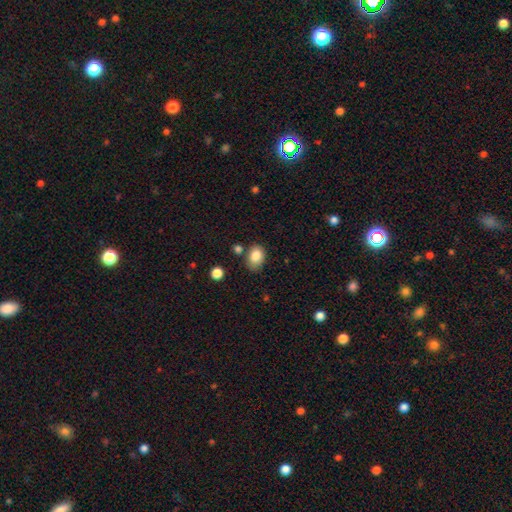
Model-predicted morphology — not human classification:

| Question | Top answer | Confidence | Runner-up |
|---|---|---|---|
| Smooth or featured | smooth | 84% | star or artifact (9%) |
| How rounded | in between | 70% | round (29%) |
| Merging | none | 64% | minor disturbance (22%) |